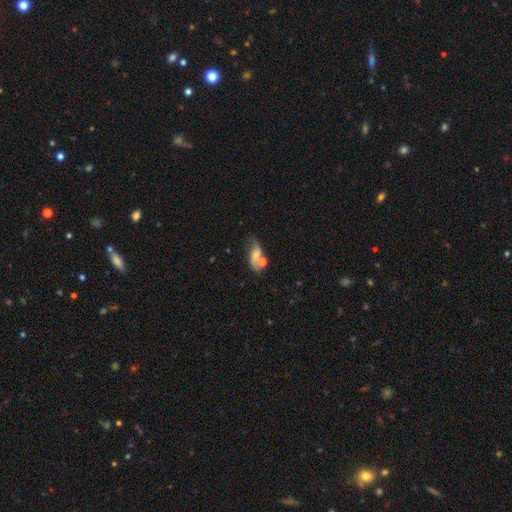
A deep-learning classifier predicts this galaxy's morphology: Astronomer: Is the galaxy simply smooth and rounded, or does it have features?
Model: smooth — 51% (runner-up: featured or disk, 38%).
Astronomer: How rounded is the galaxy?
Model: in between — 81%.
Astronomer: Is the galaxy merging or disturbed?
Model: none — 39% (runner-up: merger, 26%).